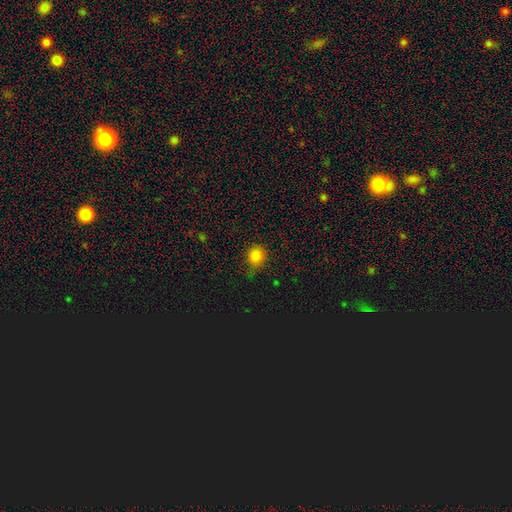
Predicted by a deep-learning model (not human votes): Smooth or featured: smooth — 81% (star or artifact — 15%)
How rounded: round — 81% (in between — 18%)
Merging: none — 78% (minor disturbance — 16%)